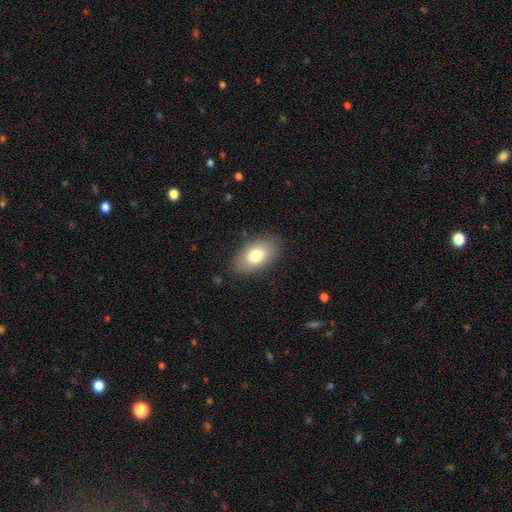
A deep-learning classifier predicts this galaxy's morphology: Overall: smooth (76%). How rounded: in between (92%). Merging: none (84%).